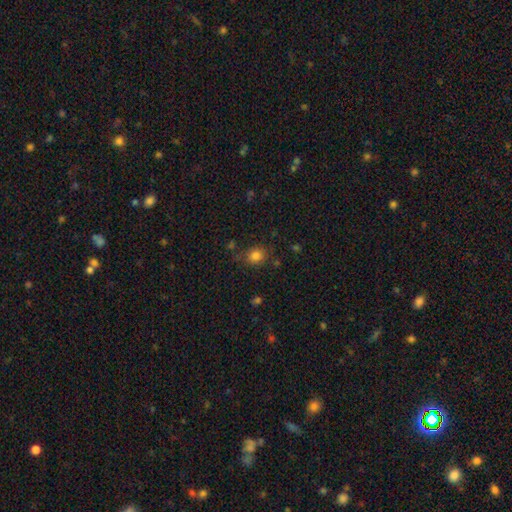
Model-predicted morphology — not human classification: Overall: smooth (82%). How rounded: round (73%). Merging: none (74%).